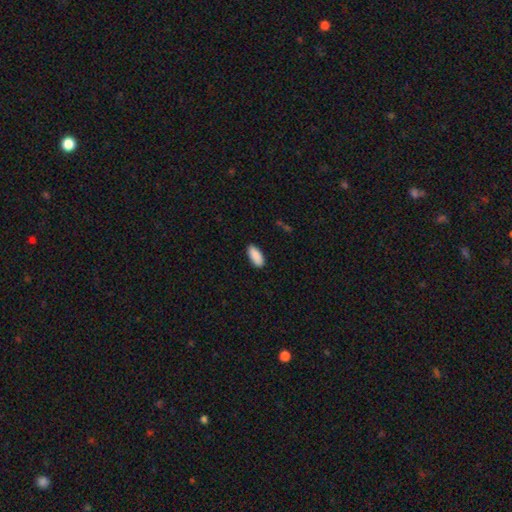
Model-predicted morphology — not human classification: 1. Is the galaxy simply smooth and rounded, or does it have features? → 91% smooth, 6% star or artifact, 3% featured or disk.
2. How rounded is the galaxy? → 90% in between, 9% cigar-shaped, 2% round.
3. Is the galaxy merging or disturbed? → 88% none, 9% minor disturbance, 2% major disturbance, 1% merger.